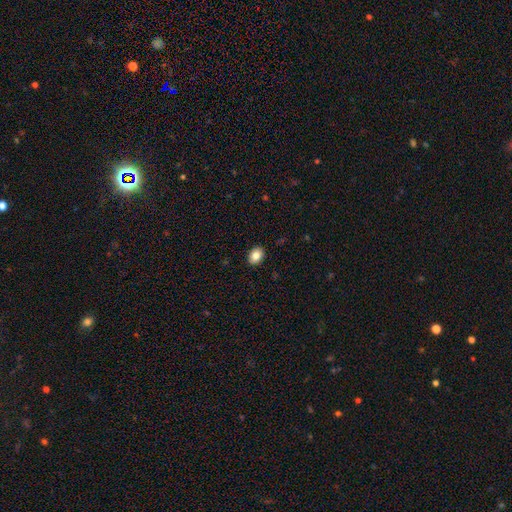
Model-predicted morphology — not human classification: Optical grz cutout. It shows a smooth galaxy with no disk features (85%) that is in between round and cigar-shaped (70%). Merging: none (91%).